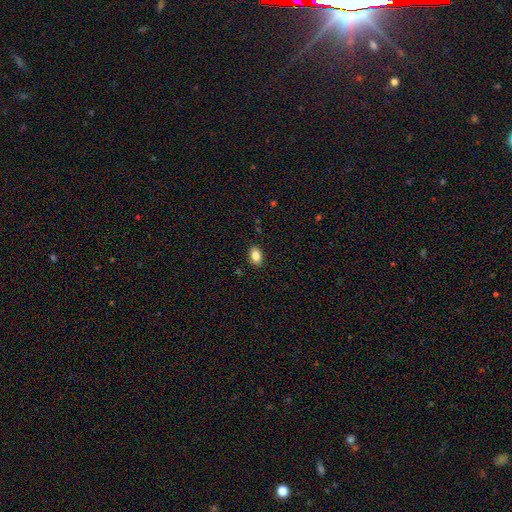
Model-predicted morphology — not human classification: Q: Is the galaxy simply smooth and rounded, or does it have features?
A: smooth — 85%.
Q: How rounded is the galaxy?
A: in between — 87%.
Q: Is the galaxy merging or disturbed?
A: none — 89%.